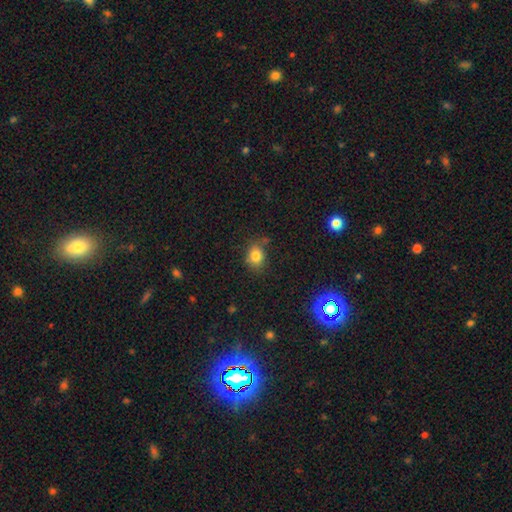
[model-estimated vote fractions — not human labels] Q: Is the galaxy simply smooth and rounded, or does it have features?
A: smooth — 81%.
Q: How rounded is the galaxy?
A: round — 54%.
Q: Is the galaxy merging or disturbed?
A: none — 73%.